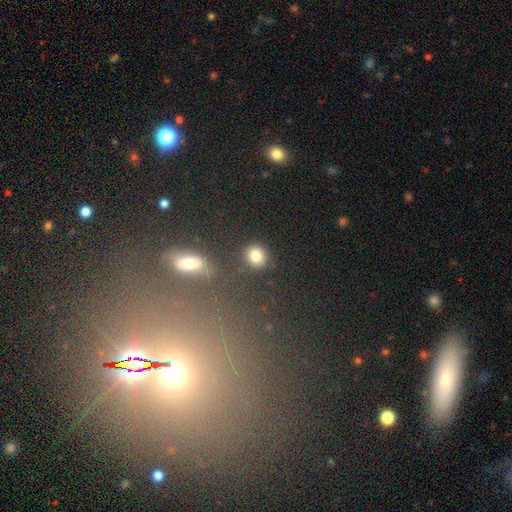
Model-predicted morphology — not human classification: smooth_or_featured: smooth (p=0.82) [alt: star or artifact p=0.12]
how_rounded: round (p=0.71) [alt: in between p=0.28]
merging: none (p=0.81) [alt: minor disturbance p=0.10]